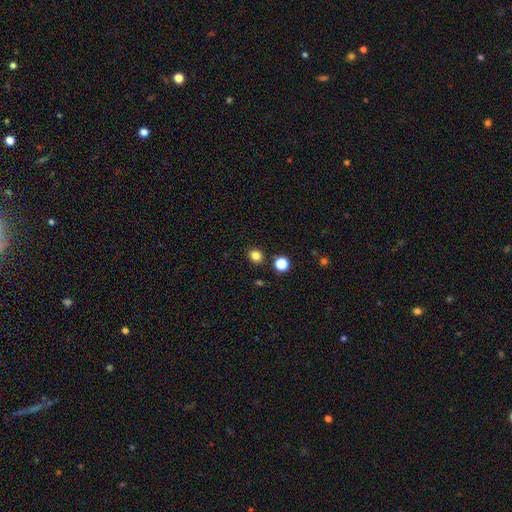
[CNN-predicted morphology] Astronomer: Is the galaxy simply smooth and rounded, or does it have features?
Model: smooth — 83%.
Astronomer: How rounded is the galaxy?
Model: round — 74%.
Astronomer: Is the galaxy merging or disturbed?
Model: none — 86%.